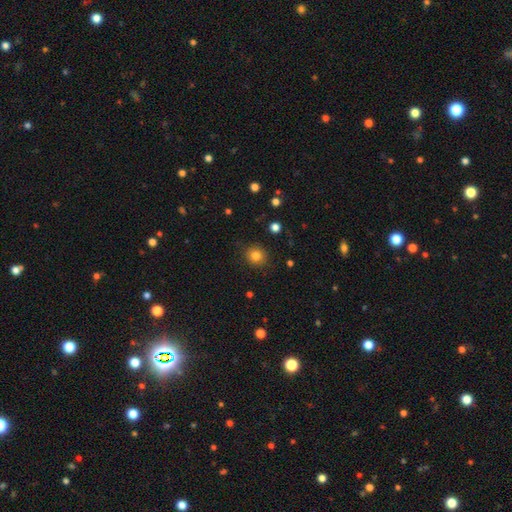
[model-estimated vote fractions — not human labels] The model was most divided on "smooth or featured": smooth: 82%, star or artifact: 12%, featured or disk: 6%. More confident: merging — none (88%); how rounded — round (87%).